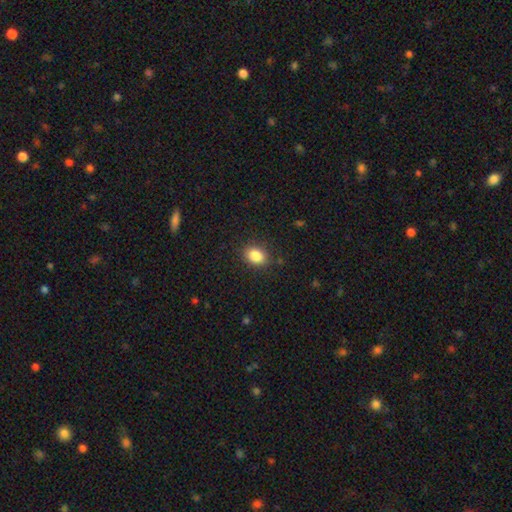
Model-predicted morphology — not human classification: The model was most divided on "how rounded": in between: 67%, round: 32%, cigar-shaped: 1%. More confident: merging — none (86%); smooth or featured — smooth (86%).